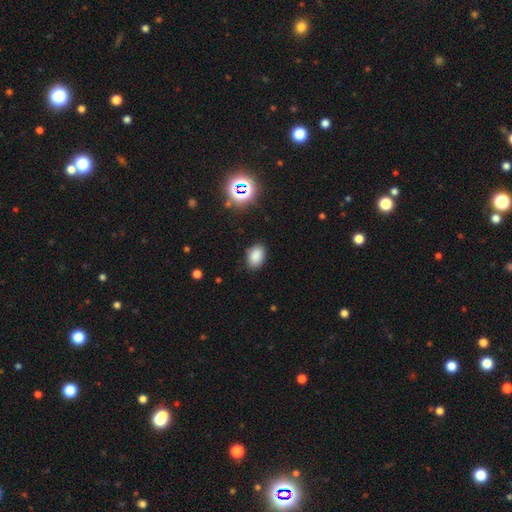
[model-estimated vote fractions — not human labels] Smooth or featured?
  - smooth: 83% *
  - star or artifact: 12%
  - featured or disk: 4%
How rounded?
  - in between: 84% *
  - round: 14%
  - cigar-shaped: 1%
Merging?
  - none: 85% *
  - minor disturbance: 11%
  - major disturbance: 3%
  - merger: 1%